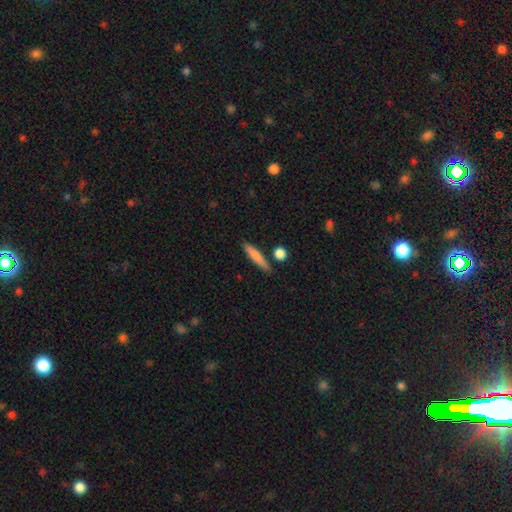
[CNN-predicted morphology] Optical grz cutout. It shows a smooth galaxy with no disk features (77%) that is cigar-shaped (86%). Merging: none (81%).